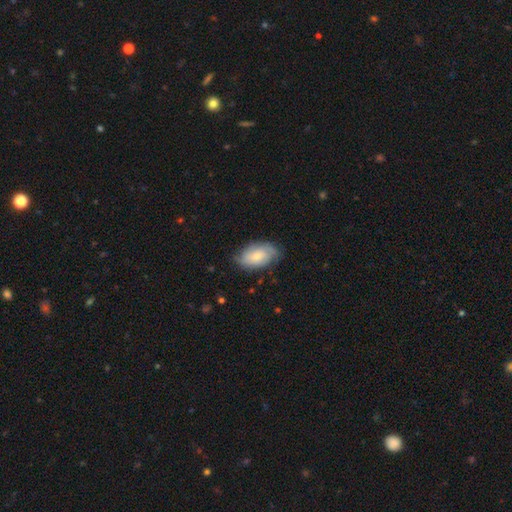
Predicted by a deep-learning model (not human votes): Overall: smooth (55%; featured or disk 39%). How rounded: in between (92%). Merging: none (69%).